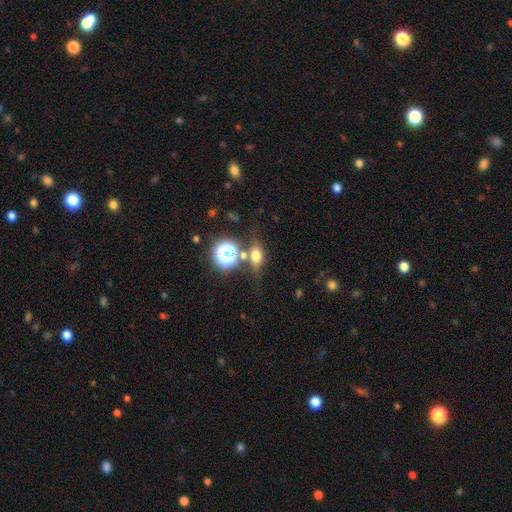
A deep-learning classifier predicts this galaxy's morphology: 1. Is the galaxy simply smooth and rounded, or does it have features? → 63% smooth, 21% star or artifact, 17% featured or disk.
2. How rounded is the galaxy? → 58% in between, 34% round, 8% cigar-shaped.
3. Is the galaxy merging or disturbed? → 67% none, 14% merger, 14% minor disturbance, 6% major disturbance.